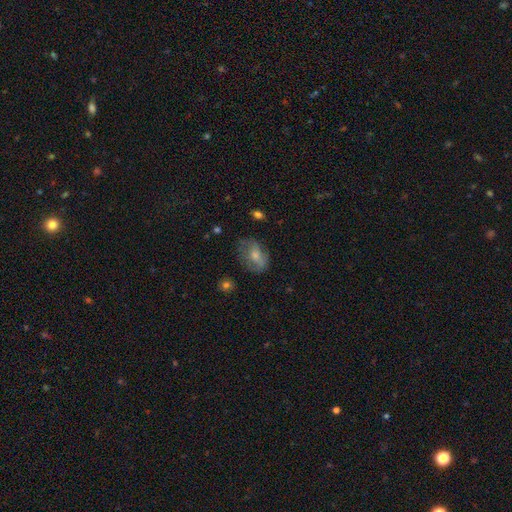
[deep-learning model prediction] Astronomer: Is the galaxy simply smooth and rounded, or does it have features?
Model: smooth — 58%.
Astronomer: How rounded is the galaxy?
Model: in between — 78%.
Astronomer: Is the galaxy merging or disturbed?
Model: none — 56%.